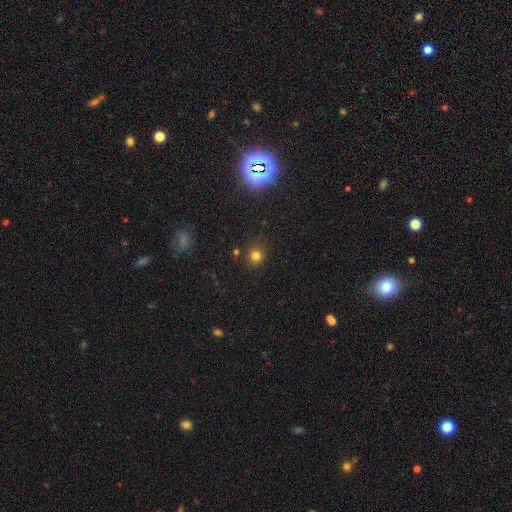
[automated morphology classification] This is likely a smooth galaxy (75%). How rounded: clearly round (88%). Merging: clearly none (83%).